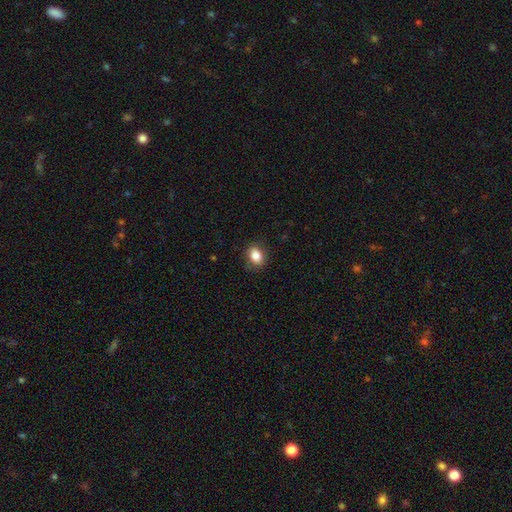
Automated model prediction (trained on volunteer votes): smooth 84%, star or artifact 9%, featured or disk 7%. Down the decision tree: how rounded — in between (67%); merging — none (83%).